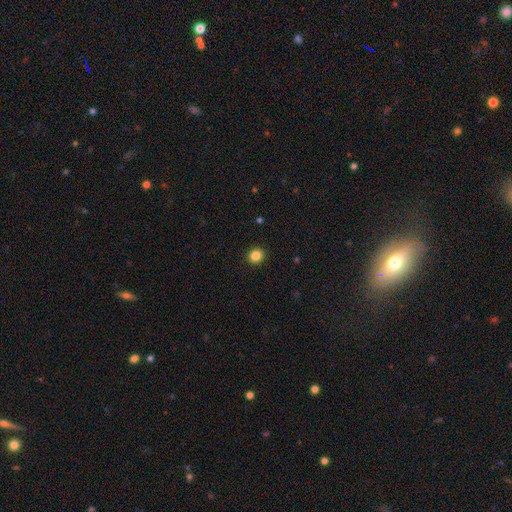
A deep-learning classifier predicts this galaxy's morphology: Smooth or featured: smooth — 85% (star or artifact — 11%)
How rounded: round — 86% (in between — 13%)
Merging: none — 93% (minor disturbance — 5%)